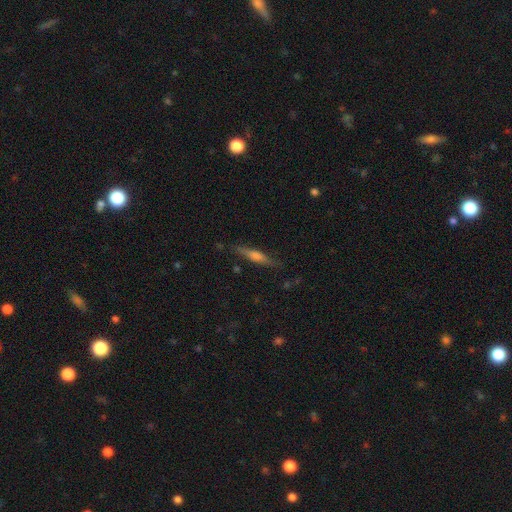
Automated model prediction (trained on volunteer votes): Smooth or featured? featured or disk (66%)
Edge-on disk? yes (96%)
Edge-on bulge? rounded (74%)
Merging? none (85%)